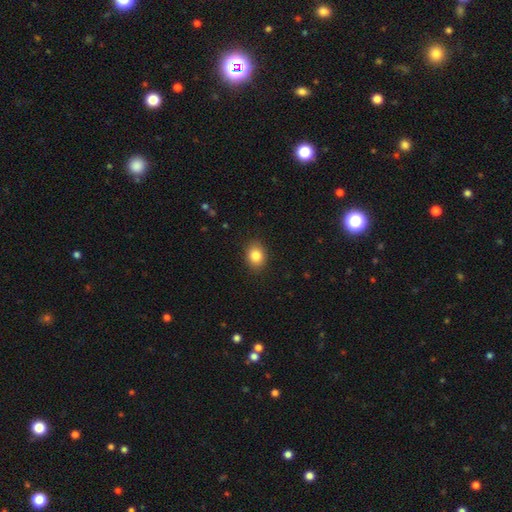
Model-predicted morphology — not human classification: Smooth or featured?
  - smooth: 84% *
  - star or artifact: 9%
  - featured or disk: 6%
How rounded?
  - in between: 56% *
  - round: 43%
  - cigar-shaped: 1%
Merging?
  - none: 89% *
  - minor disturbance: 8%
  - major disturbance: 2%
  - merger: 1%